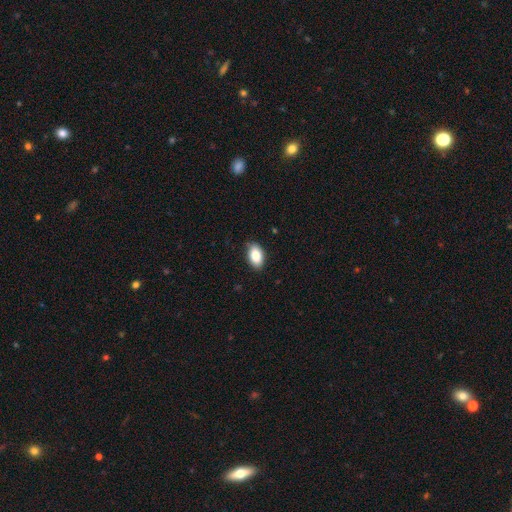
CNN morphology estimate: smooth 86%, star or artifact 7%, featured or disk 7%. Down the decision tree: how rounded — in between (92%); merging — none (86%).